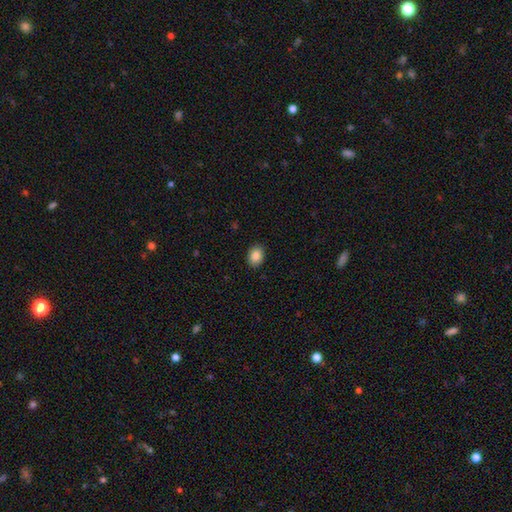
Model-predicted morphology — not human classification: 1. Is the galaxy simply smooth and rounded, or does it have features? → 86% smooth, 9% star or artifact, 5% featured or disk.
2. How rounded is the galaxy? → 62% in between, 37% round, 1% cigar-shaped.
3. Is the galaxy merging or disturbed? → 90% none, 8% minor disturbance, 2% major disturbance, 1% merger.